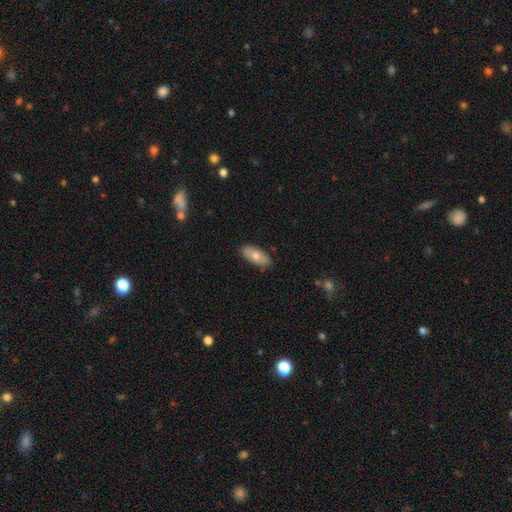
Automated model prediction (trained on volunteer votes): smooth 69%, featured or disk 25%, star or artifact 7%. Down the decision tree: how rounded — in between (88%); merging — none (86%).